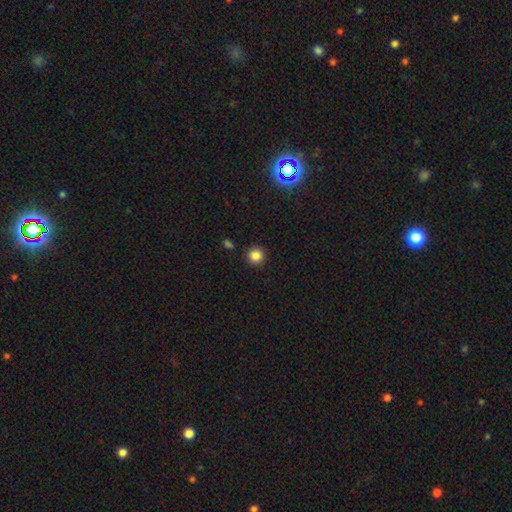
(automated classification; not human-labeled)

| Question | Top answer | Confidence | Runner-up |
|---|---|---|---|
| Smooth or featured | smooth | 84% | star or artifact (12%) |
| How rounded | round | 95% | in between (4%) |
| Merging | none | 91% | minor disturbance (5%) |